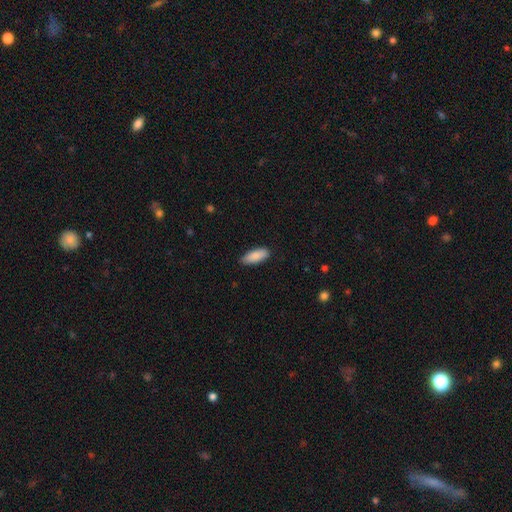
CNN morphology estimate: smooth 88%, featured or disk 6%, star or artifact 6%. Down the decision tree: how rounded — in between (76%); merging — none (85%).